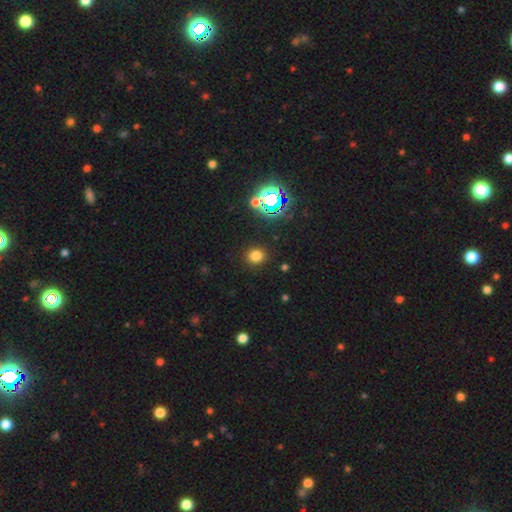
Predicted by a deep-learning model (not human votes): Morphology: type=smooth (72%); roundness=round (81%); merging=none (89%).